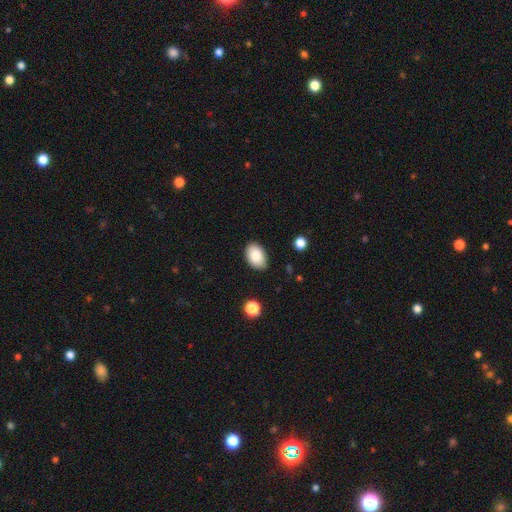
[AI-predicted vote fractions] This appears to be a smooth galaxy with no disk features (85%) that is in between round and cigar-shaped (89%). Merging: none (84%).